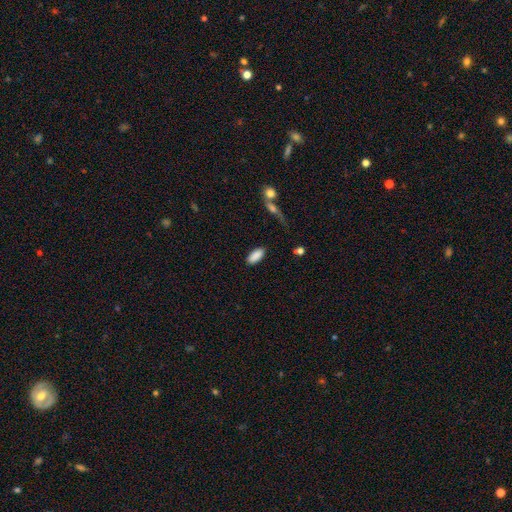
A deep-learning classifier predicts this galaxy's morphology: smooth-or-featured: smooth: 89% | star or artifact: 7% | featured or disk: 5%
  how-rounded: in between: 87% | cigar-shaped: 11% | round: 2%
  merging: none: 85% | minor disturbance: 10% | major disturbance: 3% | merger: 2%